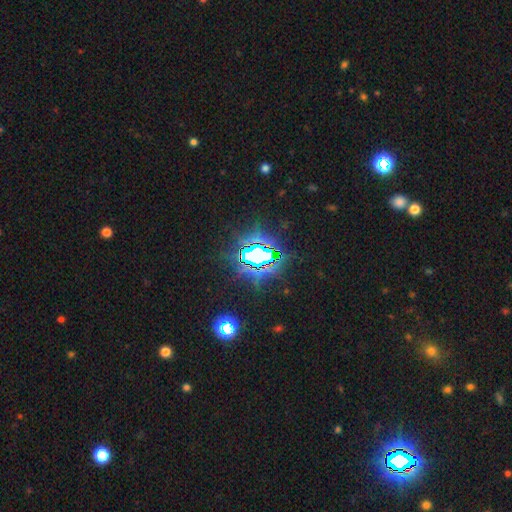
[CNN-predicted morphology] smooth_or_featured: star or artifact (p=0.78) [alt: smooth p=0.12]